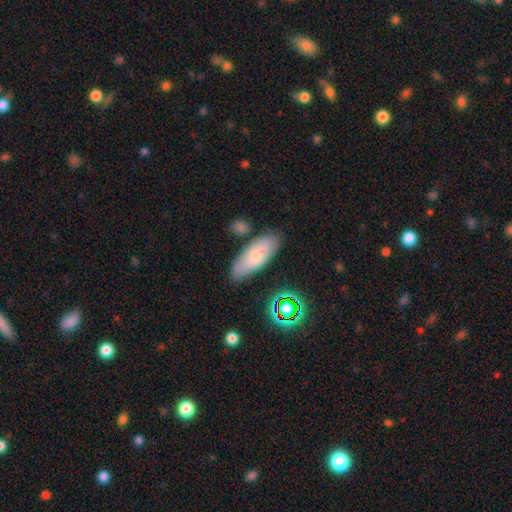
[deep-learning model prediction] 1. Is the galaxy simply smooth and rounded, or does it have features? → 62% smooth, 29% featured or disk, 9% star or artifact.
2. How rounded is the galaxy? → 77% in between, 21% cigar-shaped, 3% round.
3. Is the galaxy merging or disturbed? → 75% none, 16% minor disturbance, 5% merger, 4% major disturbance.